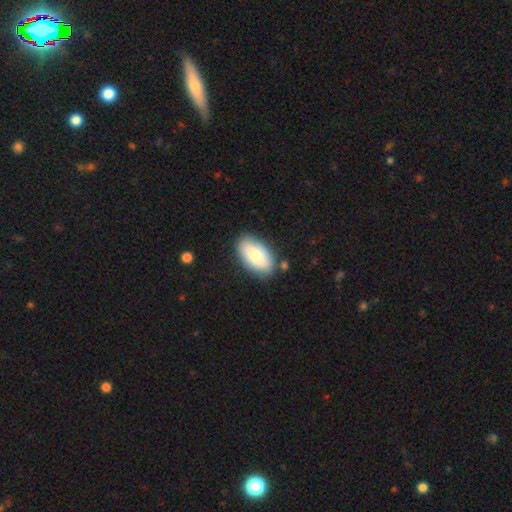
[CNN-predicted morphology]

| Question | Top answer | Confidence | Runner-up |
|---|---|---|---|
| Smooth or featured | smooth | 82% | featured or disk (12%) |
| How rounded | in between | 95% | round (3%) |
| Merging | none | 82% | minor disturbance (12%) |